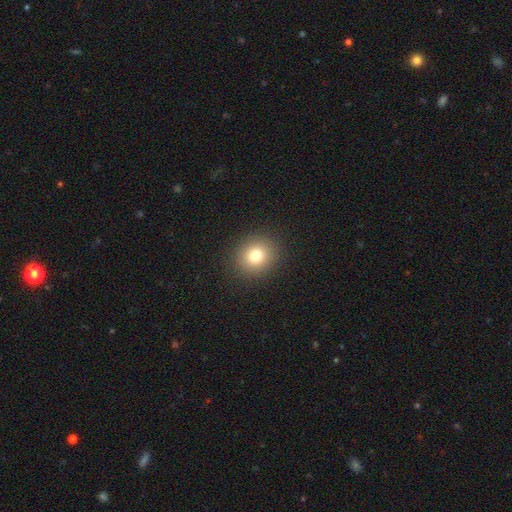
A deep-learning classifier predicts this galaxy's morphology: type=smooth (79%); roundness=round (79%); merging=none (90%).